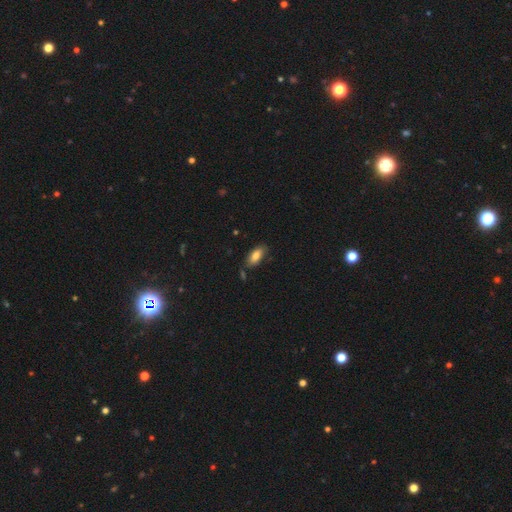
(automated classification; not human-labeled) A smooth galaxy with no disk features (82%) that is in between round and cigar-shaped (87%).

Vote fractions:
- Smooth or featured? smooth: 82% / featured or disk: 11% / star or artifact: 7%
- How rounded? in between: 87% / cigar-shaped: 11% / round: 2%
- Merging? none: 76% / minor disturbance: 16% / merger: 4% / major disturbance: 3%